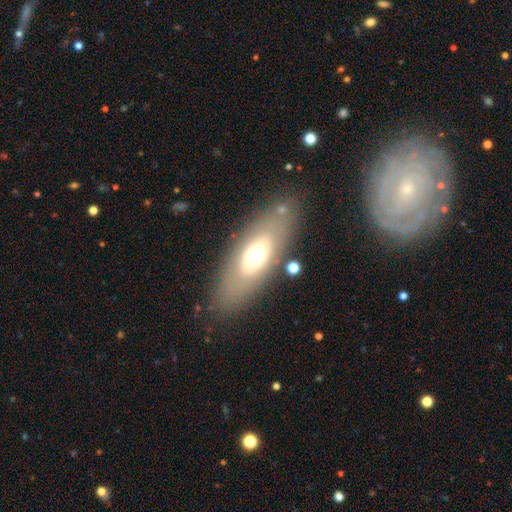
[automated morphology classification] smooth_or_featured: smooth (p=0.58) [alt: featured or disk p=0.33]
how_rounded: in between (p=0.77) [alt: cigar-shaped p=0.18]
merging: none (p=0.82) [alt: minor disturbance p=0.10]